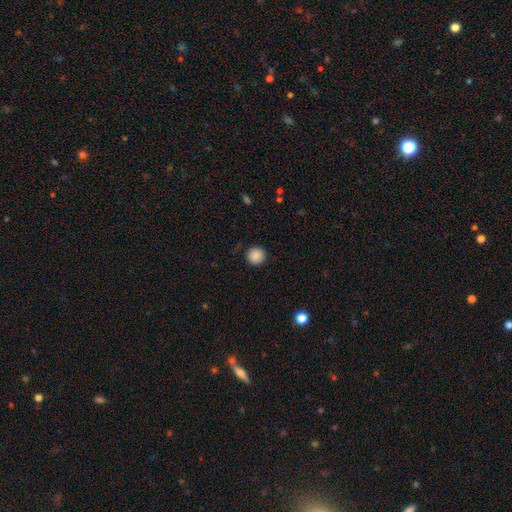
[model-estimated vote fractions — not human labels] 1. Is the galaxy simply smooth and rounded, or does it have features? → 88% smooth, 9% star or artifact, 3% featured or disk.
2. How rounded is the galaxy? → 94% round, 5% in between, 1% cigar-shaped.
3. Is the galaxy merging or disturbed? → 90% none, 7% minor disturbance, 2% major disturbance, 1% merger.